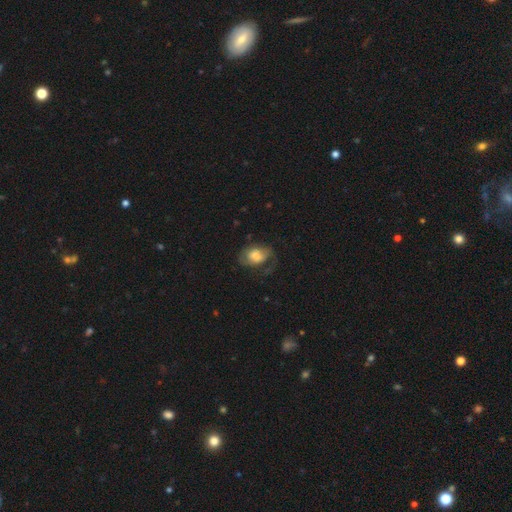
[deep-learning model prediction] Smooth or featured?
  - smooth: 55% *
  - featured or disk: 37%
  - star or artifact: 8%
How rounded?
  - in between: 76% *
  - round: 22%
  - cigar-shaped: 1%
Merging?
  - none: 45% *
  - major disturbance: 28%
  - minor disturbance: 25%
  - merger: 2%